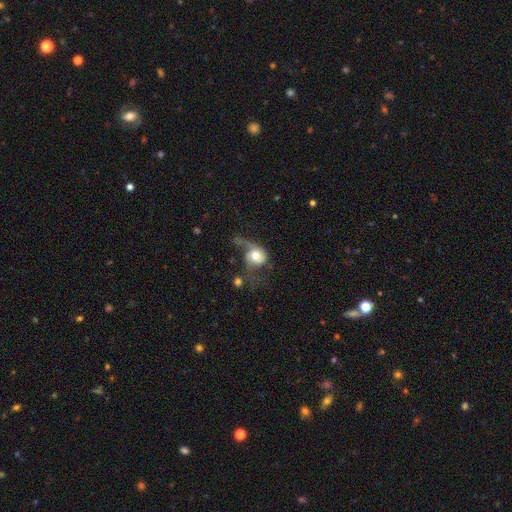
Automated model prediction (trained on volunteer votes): Smooth or featured: smooth — 50% (featured or disk — 42%)
Merging: major disturbance — 53% (none — 20%)